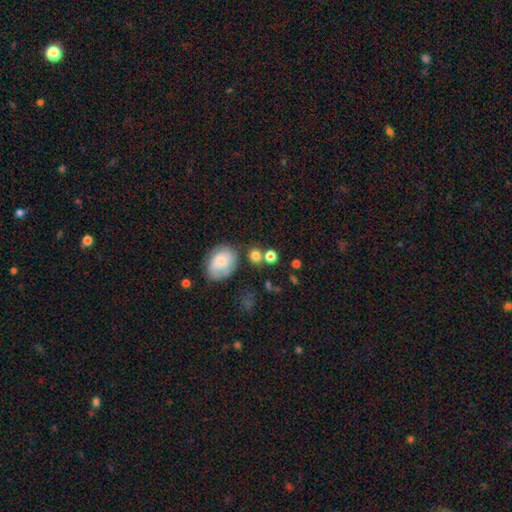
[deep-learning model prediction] smooth 75%, featured or disk 15%, star or artifact 10%. Down the decision tree: how rounded — round (75%); merging — none (65%).